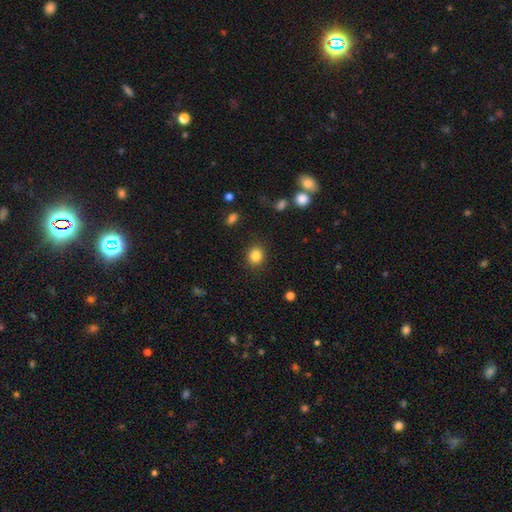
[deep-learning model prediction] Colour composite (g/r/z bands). It shows a smooth galaxy with no disk features (84%) that is round (81%). Merging: none (89%).